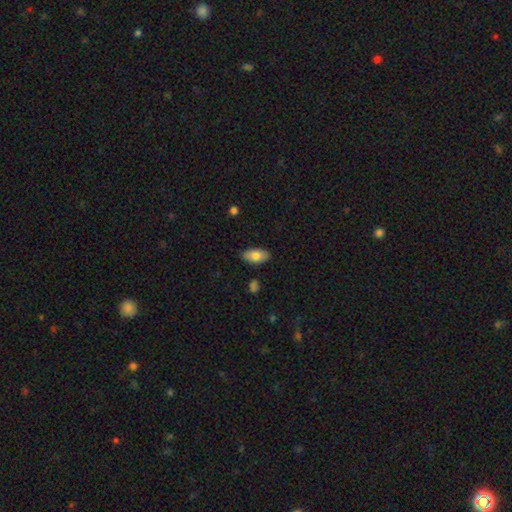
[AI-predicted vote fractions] smooth 80%, featured or disk 13%, star or artifact 7%. Down the decision tree: how rounded — in between (92%); merging — none (85%).